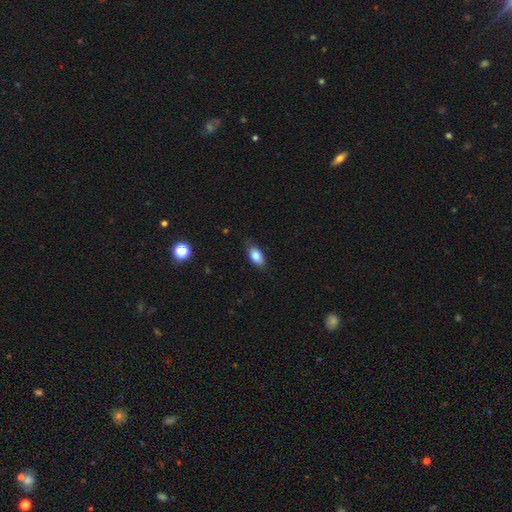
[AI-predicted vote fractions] Smooth or featured?
  - smooth: 84% *
  - featured or disk: 9%
  - star or artifact: 7%
How rounded?
  - in between: 89% *
  - cigar-shaped: 6%
  - round: 5%
Merging?
  - none: 80% *
  - minor disturbance: 16%
  - major disturbance: 3%
  - merger: 1%